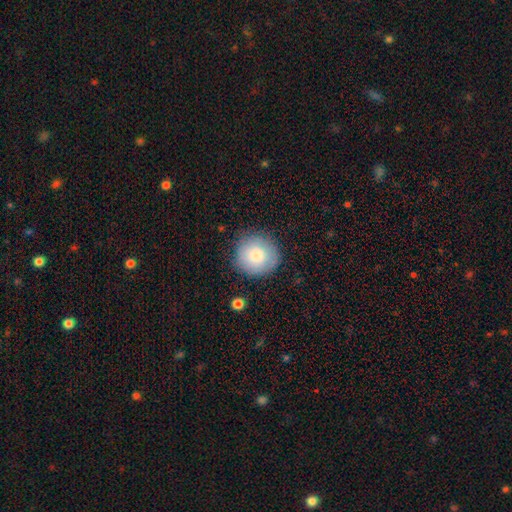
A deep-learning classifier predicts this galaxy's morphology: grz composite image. It shows a smooth galaxy with no disk features (81%) that is round (93%). Merging: none (84%).